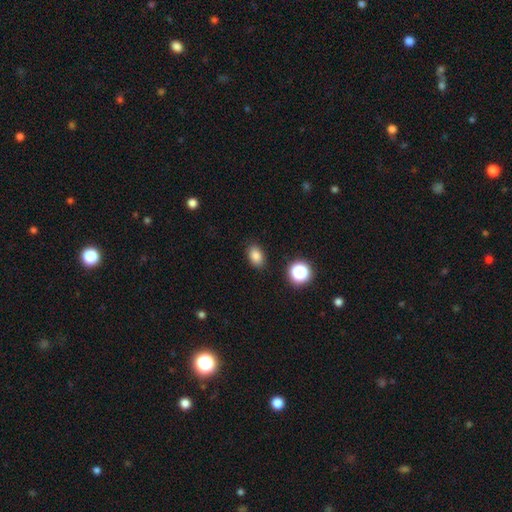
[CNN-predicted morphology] This appears to be a smooth galaxy with no disk features (83%) that is in between round and cigar-shaped (81%). Merging: none (87%).